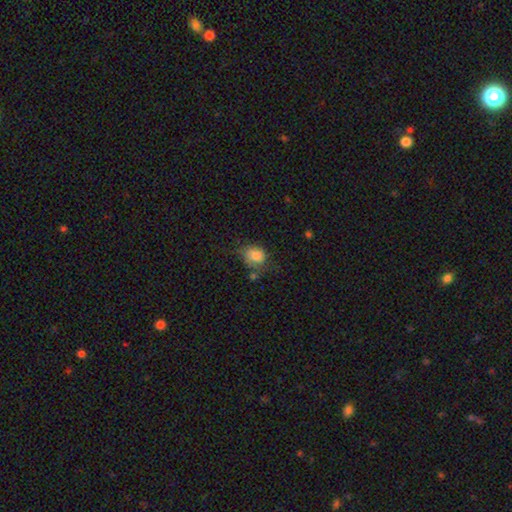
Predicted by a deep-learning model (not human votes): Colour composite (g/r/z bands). It shows a smooth galaxy with no disk features (80%) that is round (50%). Merging: none (47%).